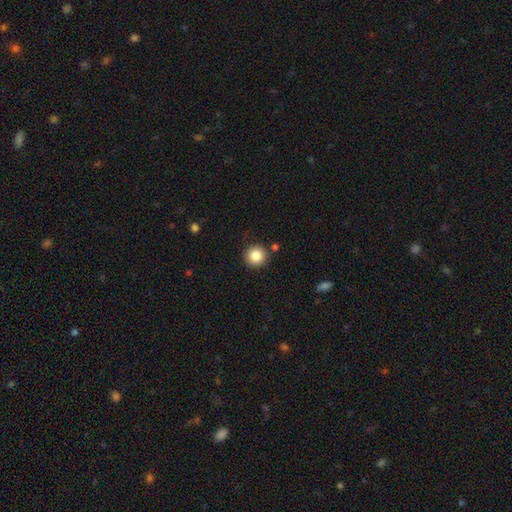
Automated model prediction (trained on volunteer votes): A smooth galaxy with no disk features (86%) that is round (94%).

Vote fractions:
- Smooth or featured? smooth: 86% / star or artifact: 9% / featured or disk: 5%
- How rounded? round: 94% / in between: 5% / cigar-shaped: 1%
- Merging? none: 88% / minor disturbance: 7% / merger: 3% / major disturbance: 2%